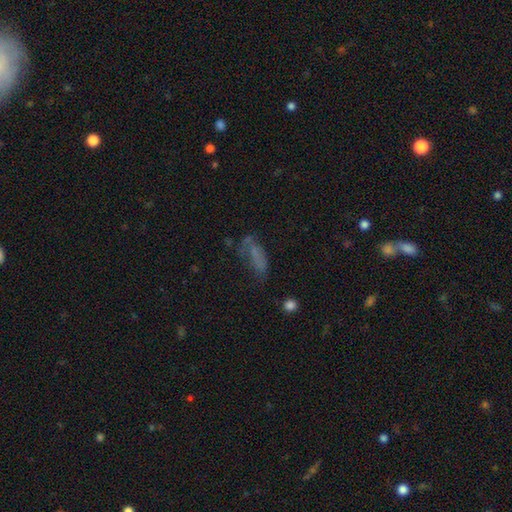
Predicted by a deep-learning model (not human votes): Morphology: type=smooth (53%); roundness=in between (59%); merging=none (42%).